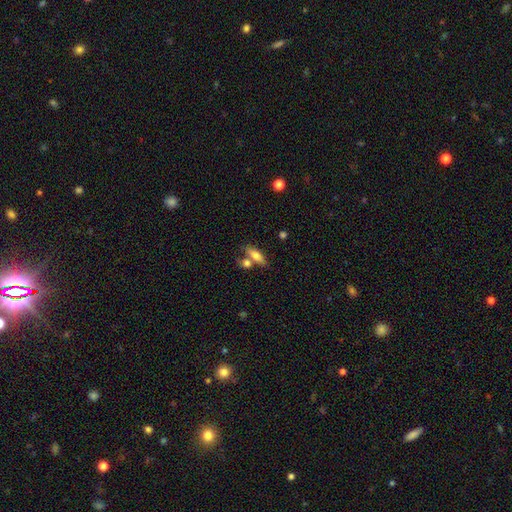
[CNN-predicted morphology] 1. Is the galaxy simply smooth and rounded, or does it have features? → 71% smooth, 22% featured or disk, 7% star or artifact.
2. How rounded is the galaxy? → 61% in between, 34% cigar-shaped, 4% round.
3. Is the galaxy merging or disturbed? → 51% none, 33% merger, 12% minor disturbance, 5% major disturbance.